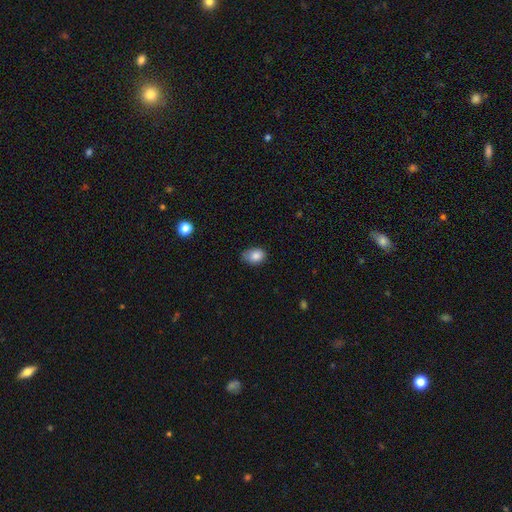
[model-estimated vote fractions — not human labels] A smooth galaxy with no disk features (84%) that is in between round and cigar-shaped (77%). Merging: none (62%).